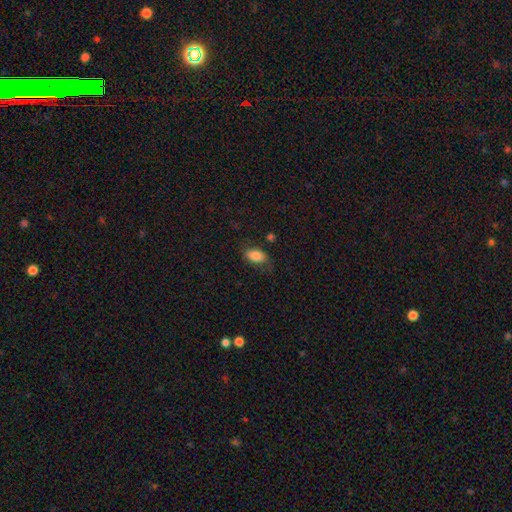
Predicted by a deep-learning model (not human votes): smooth 80%, featured or disk 12%, star or artifact 8%. Down the decision tree: how rounded — in between (90%); merging — none (64%).